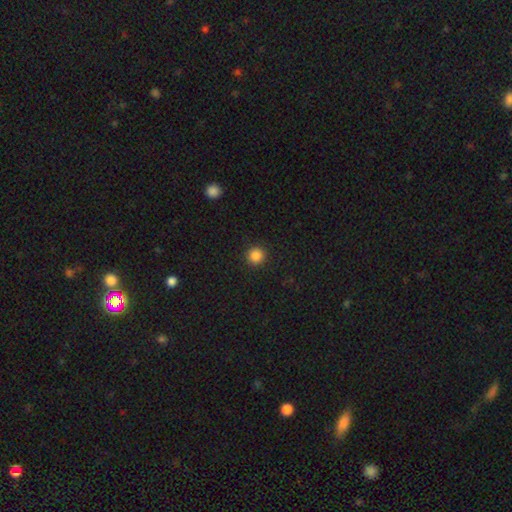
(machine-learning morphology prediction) Q: Smooth or featured?
A: smooth (86%); runner-up: star or artifact (11%)
Q: How rounded?
A: round (95%); runner-up: in between (5%)
Q: Merging?
A: none (92%); runner-up: minor disturbance (5%)